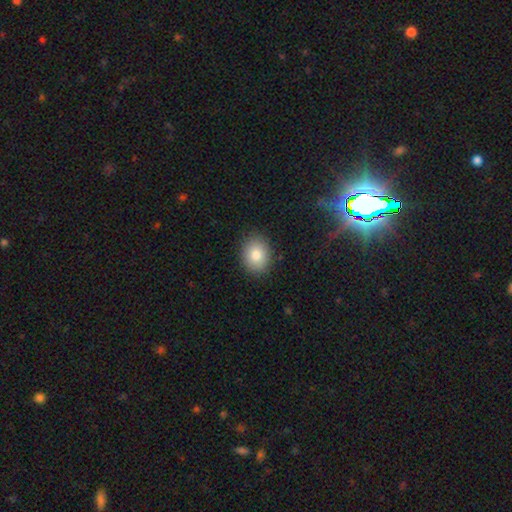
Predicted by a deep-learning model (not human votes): A smooth galaxy with no disk features (83%) that is in between round and cigar-shaped (54%). Merging: none (87%).